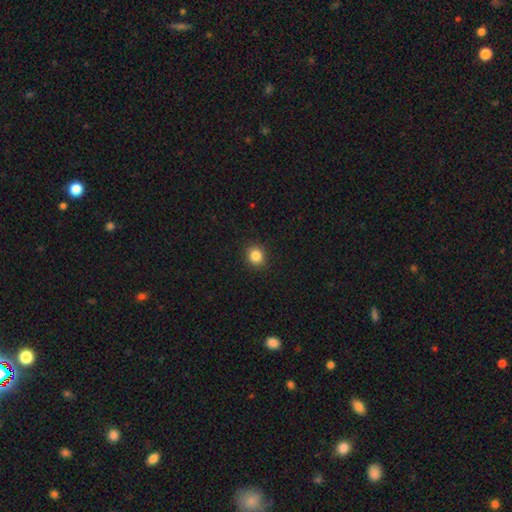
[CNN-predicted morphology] smooth_or_featured: smooth (p=0.85) [alt: star or artifact p=0.11]
how_rounded: round (p=0.86) [alt: in between p=0.13]
merging: none (p=0.91) [alt: minor disturbance p=0.06]